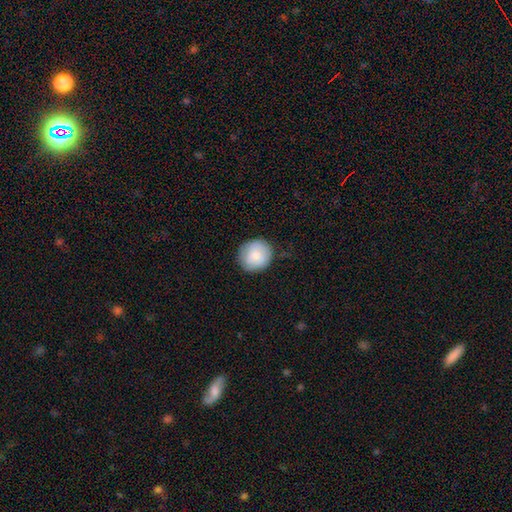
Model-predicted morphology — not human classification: The model was most divided on "merging": none: 83%, minor disturbance: 14%, major disturbance: 3%, merger: 1%. More confident: how rounded — round (89%); smooth or featured — smooth (81%).